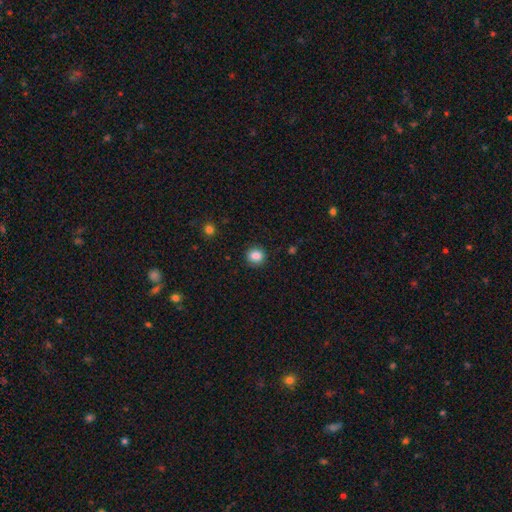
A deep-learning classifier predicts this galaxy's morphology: This appears to be a smooth galaxy with no disk features (86%) that is round (84%). Merging: none (90%).